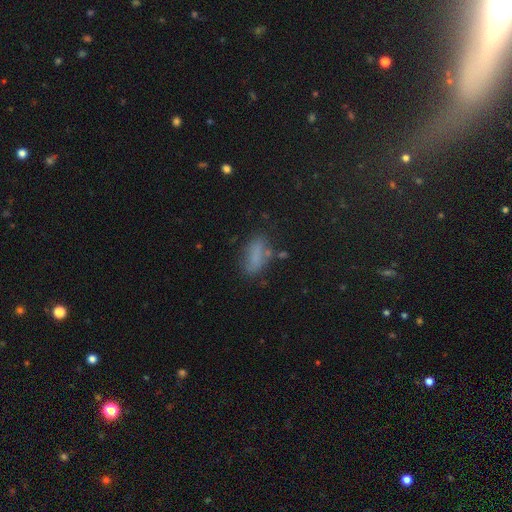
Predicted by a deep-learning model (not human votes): The model was most divided on "merging": none: 61%, minor disturbance: 22%, major disturbance: 10%, merger: 7%. More confident: how rounded — in between (81%); smooth or featured — smooth (70%).